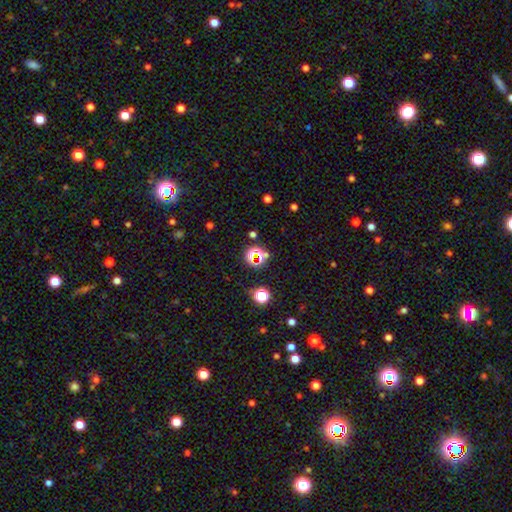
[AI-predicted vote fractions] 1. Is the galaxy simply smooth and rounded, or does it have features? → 62% star or artifact, 28% smooth, 10% featured or disk.